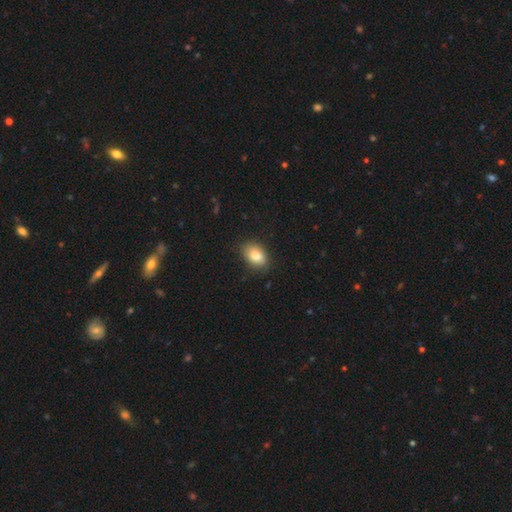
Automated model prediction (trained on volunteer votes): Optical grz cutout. It shows a smooth galaxy with no disk features (84%) that is in between round and cigar-shaped (85%). Merging: none (81%).